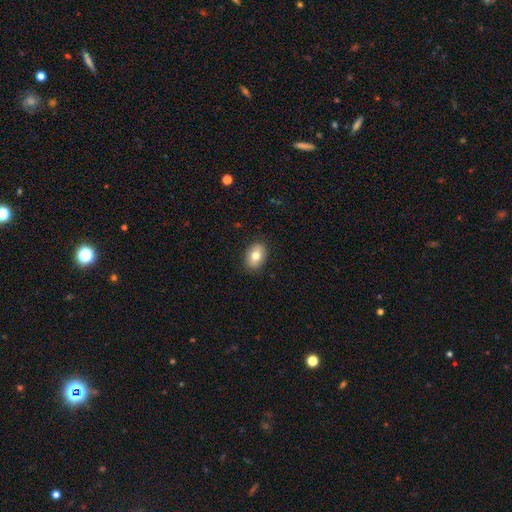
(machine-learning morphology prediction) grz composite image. It shows a smooth galaxy with no disk features (78%) that is in between round and cigar-shaped (75%). Merging: none (88%).